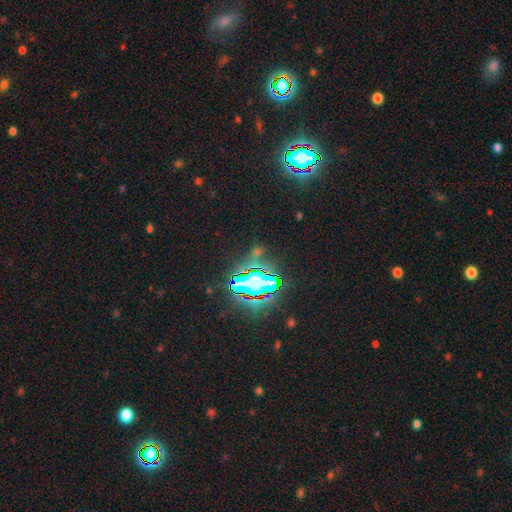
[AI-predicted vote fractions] star or artifact 78%, smooth 13%, featured or disk 9%.